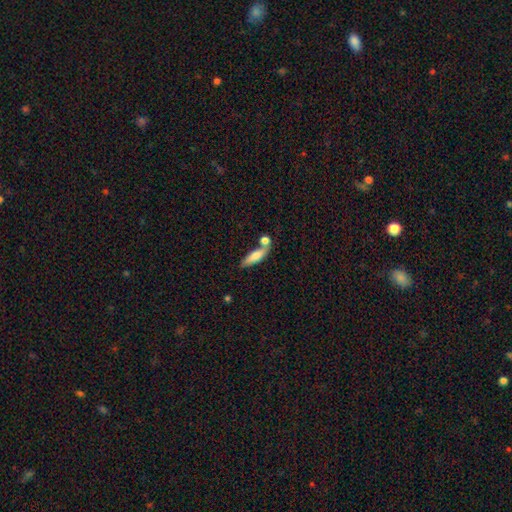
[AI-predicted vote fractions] Smooth or featured? smooth (72%)
How rounded? cigar-shaped (60%)
Merging? none (54%)